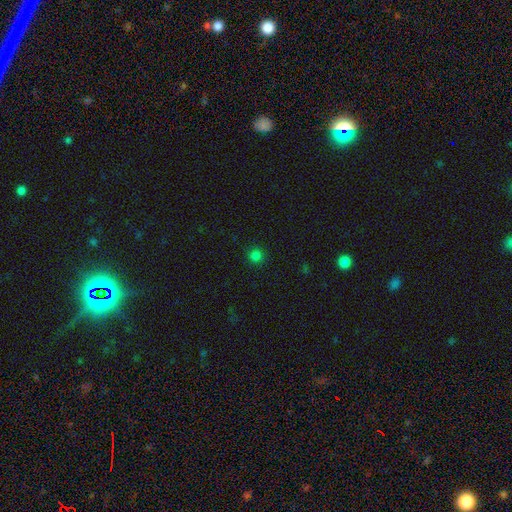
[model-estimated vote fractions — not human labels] smooth-or-featured: smooth: 79% | star or artifact: 17% | featured or disk: 3%
  how-rounded: round: 94% | in between: 5% | cigar-shaped: 1%
  merging: none: 90% | minor disturbance: 6% | major disturbance: 2% | merger: 1%